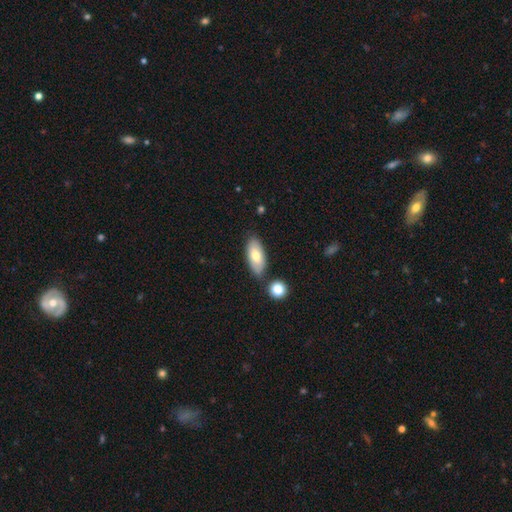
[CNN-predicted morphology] Smooth or featured?
  - smooth: 73% *
  - featured or disk: 21%
  - star or artifact: 6%
How rounded?
  - in between: 86% *
  - cigar-shaped: 11%
  - round: 3%
Merging?
  - none: 73% *
  - minor disturbance: 14%
  - merger: 10%
  - major disturbance: 3%